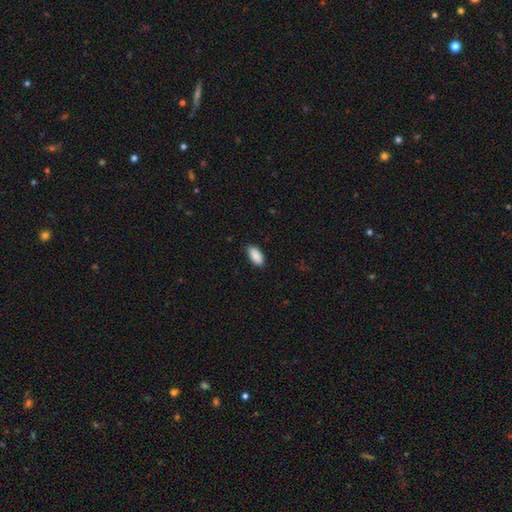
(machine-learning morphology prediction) A smooth galaxy with no disk features (90%) that is in between round and cigar-shaped (92%). Merging: none (85%).